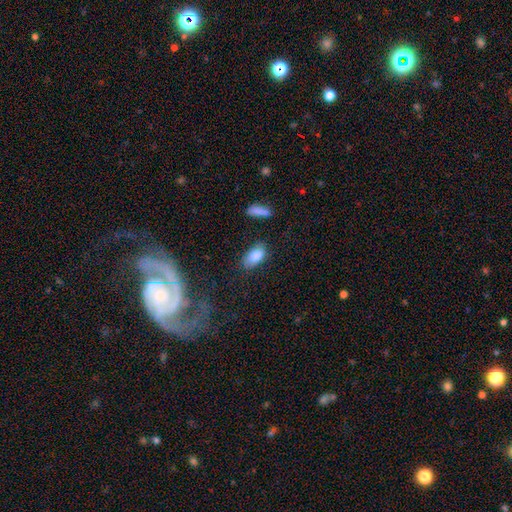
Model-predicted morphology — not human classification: A smooth galaxy with no disk features (83%) that is in between round and cigar-shaped (91%). Merging: none (73%).